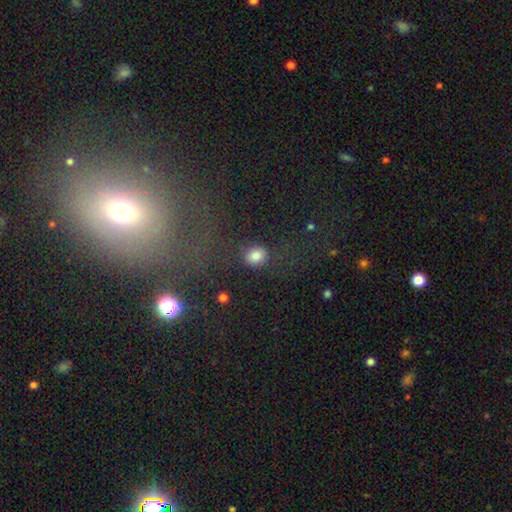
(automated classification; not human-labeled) Overall: smooth (82%). How rounded: round (56%; in between 42%). Merging: none (80%).